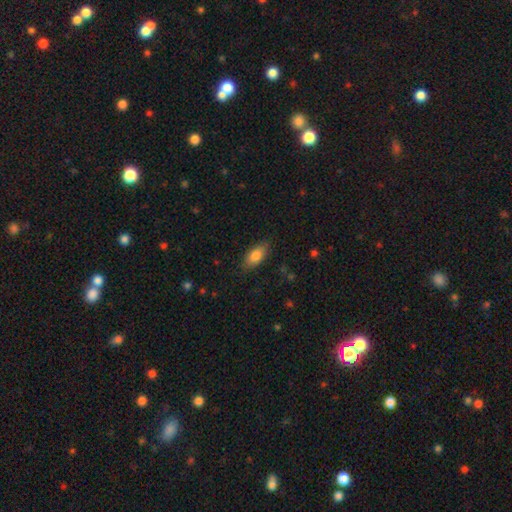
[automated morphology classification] This is clearly a smooth galaxy (83%). How rounded: clearly in between (88%). Merging: clearly none (82%).